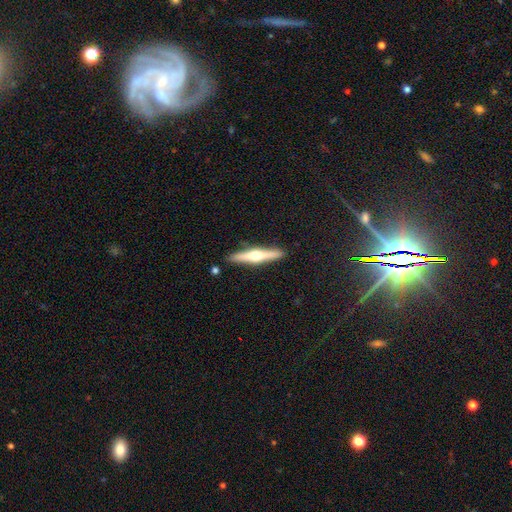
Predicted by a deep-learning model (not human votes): smooth-or-featured: featured or disk: 64% | smooth: 31% | star or artifact: 5%
  disk-edge-on: yes: 97% | no: 3%
    edge-on-bulge: rounded: 93% | none: 4% | boxy: 3%
  merging: none: 88% | minor disturbance: 8% | merger: 2% | major disturbance: 2%